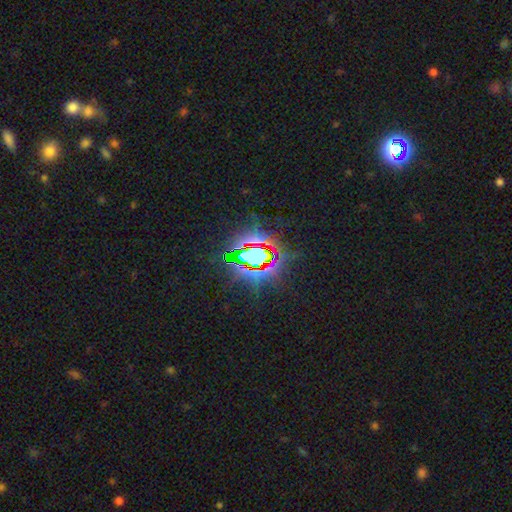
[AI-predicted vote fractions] smooth-or-featured: star or artifact: 77% | smooth: 12% | featured or disk: 11%